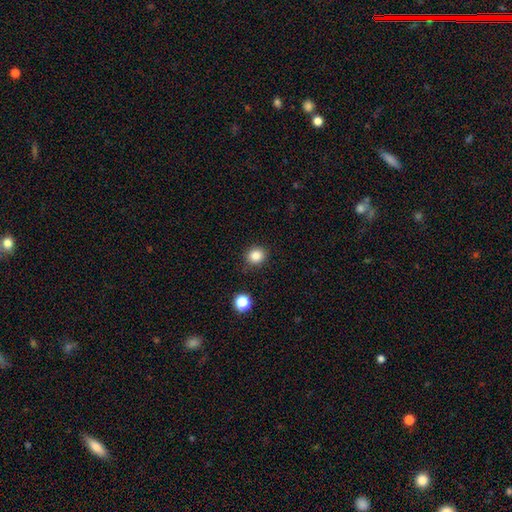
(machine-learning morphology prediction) Smooth or featured: smooth — 84% (star or artifact — 12%)
How rounded: round — 84% (in between — 15%)
Merging: none — 86% (minor disturbance — 9%)